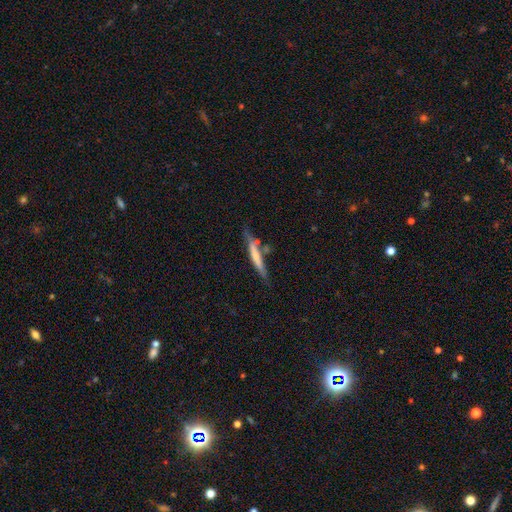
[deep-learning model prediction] Smooth or featured?
  - smooth: 51% *
  - featured or disk: 44%
  - star or artifact: 6%
How rounded?
  - cigar-shaped: 93% *
  - in between: 5%
  - round: 1%
Merging?
  - none: 66% *
  - minor disturbance: 18%
  - merger: 12%
  - major disturbance: 4%